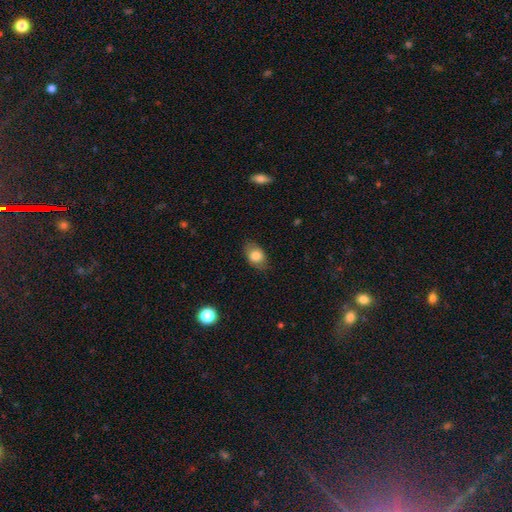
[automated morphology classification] type=smooth (81%); roundness=in between (77%); merging=none (80%).